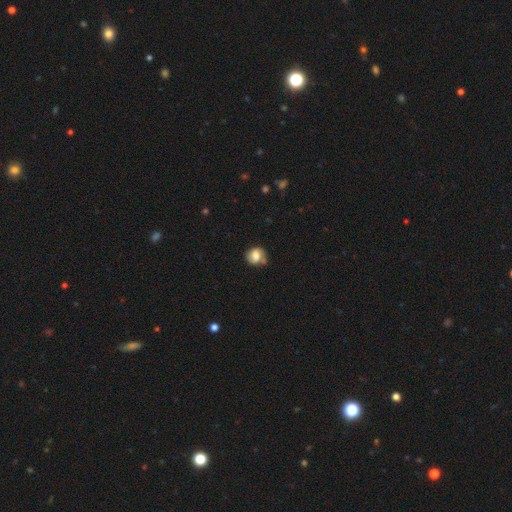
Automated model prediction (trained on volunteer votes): Smooth or featured?
  - smooth: 69% *
  - featured or disk: 22%
  - star or artifact: 9%
How rounded?
  - round: 72% *
  - in between: 27%
  - cigar-shaped: 1%
Merging?
  - none: 57% *
  - minor disturbance: 26%
  - merger: 9%
  - major disturbance: 8%